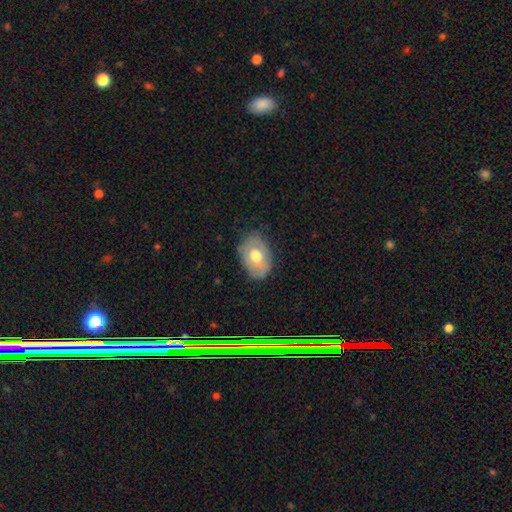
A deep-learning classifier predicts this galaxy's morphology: Smooth or featured?
  - smooth: 56% *
  - featured or disk: 37%
  - star or artifact: 7%
How rounded?
  - in between: 80% *
  - round: 19%
  - cigar-shaped: 1%
Merging?
  - none: 71% *
  - minor disturbance: 22%
  - major disturbance: 6%
  - merger: 1%